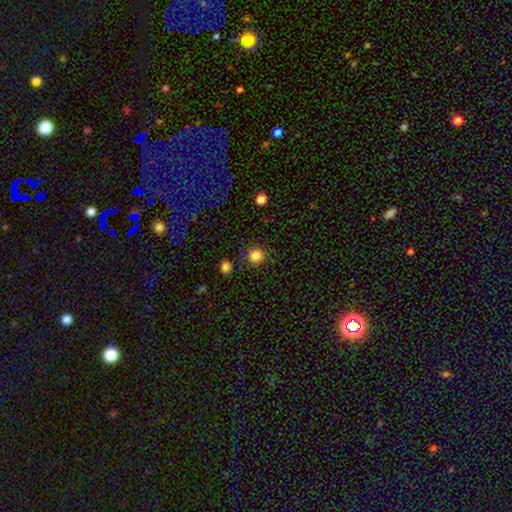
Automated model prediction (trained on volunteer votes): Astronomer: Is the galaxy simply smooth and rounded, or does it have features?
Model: smooth — 84%.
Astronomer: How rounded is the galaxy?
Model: round — 93%.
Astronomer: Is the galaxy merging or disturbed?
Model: none — 84%.